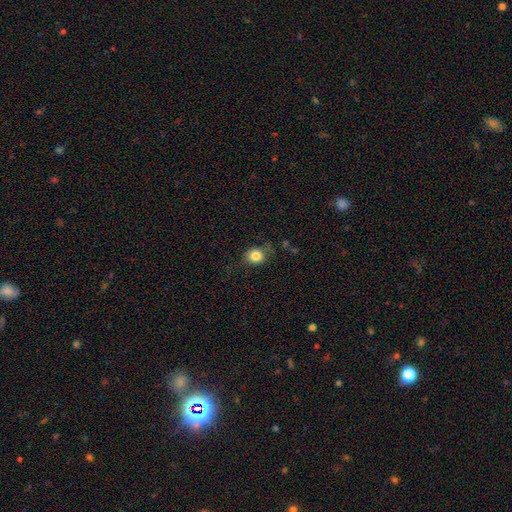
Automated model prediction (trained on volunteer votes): This is clearly a smooth galaxy (81%). How rounded: likely round (71%). Merging: likely none (71%).